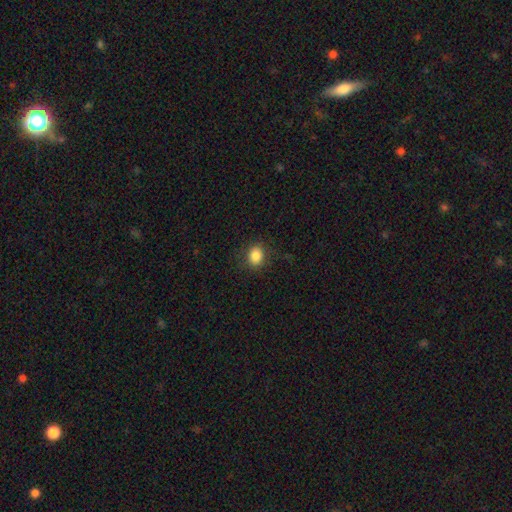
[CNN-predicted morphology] type=smooth (85%); roundness=round (56%); merging=none (85%).